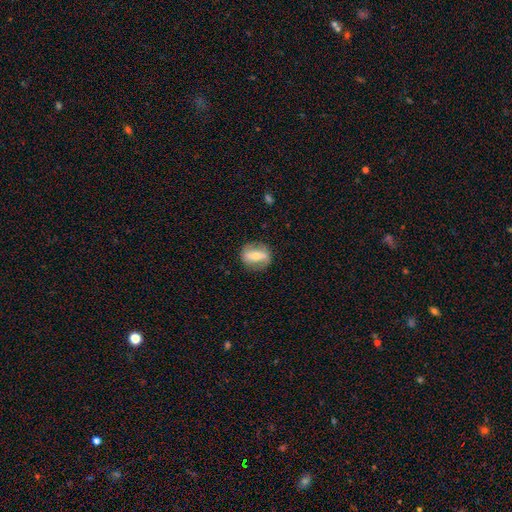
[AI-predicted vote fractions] Smooth or featured? Predicted: featured or disk (p=0.55). Edge-on disk? Predicted: no (p=0.82). Merging? Predicted: none (p=0.81).